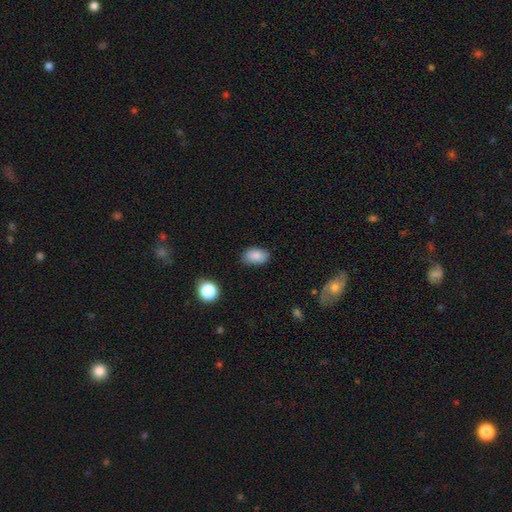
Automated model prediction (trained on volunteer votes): smooth_or_featured: smooth (p=0.86) [alt: star or artifact p=0.08]
how_rounded: in between (p=0.87) [alt: round p=0.11]
merging: none (p=0.79) [alt: minor disturbance p=0.17]